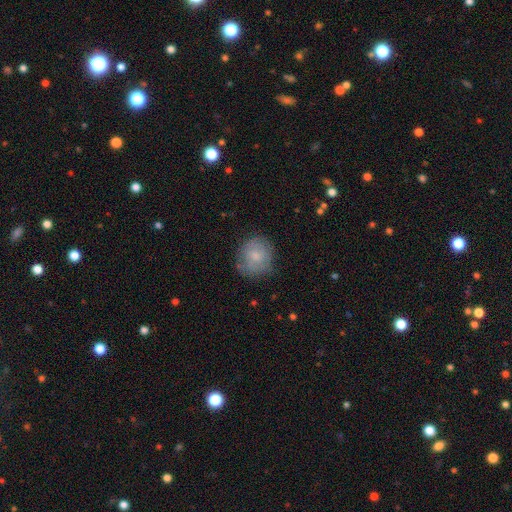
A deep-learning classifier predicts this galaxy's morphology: Smooth or featured?
  - smooth: 59% *
  - featured or disk: 34%
  - star or artifact: 8%
How rounded?
  - round: 83% *
  - in between: 16%
  - cigar-shaped: 1%
Merging?
  - none: 75% *
  - minor disturbance: 18%
  - major disturbance: 6%
  - merger: 1%